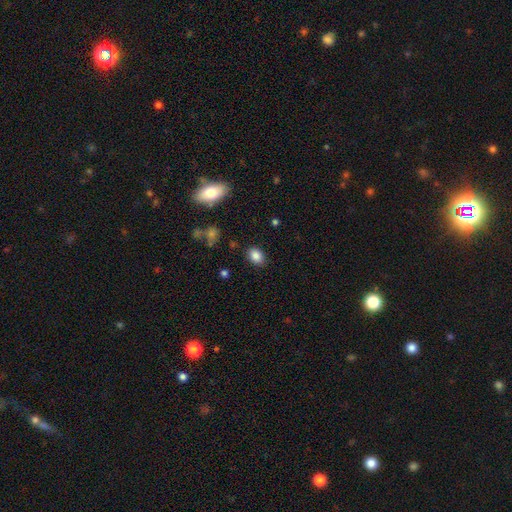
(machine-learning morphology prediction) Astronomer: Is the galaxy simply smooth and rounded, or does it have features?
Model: smooth — 85%.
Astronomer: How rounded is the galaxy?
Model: in between — 71%.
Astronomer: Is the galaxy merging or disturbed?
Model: none — 86%.